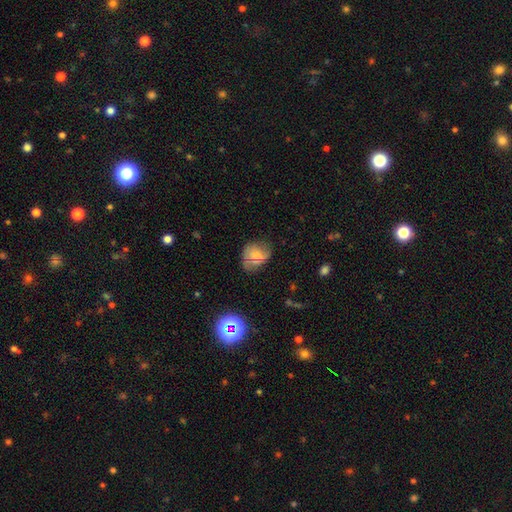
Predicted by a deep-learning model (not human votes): This is possibly a smooth galaxy (57%). How rounded: possibly in between (55%). Merging: possibly none (46%).